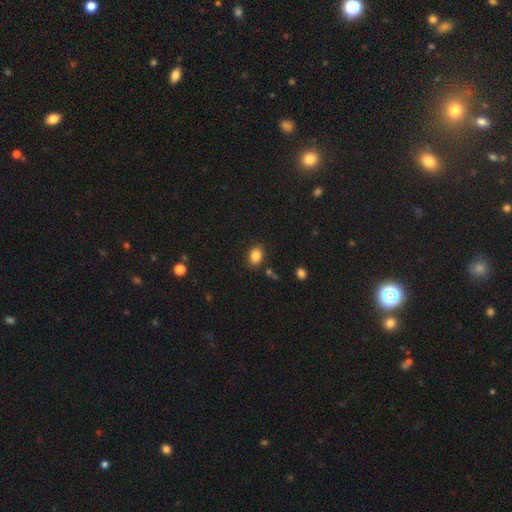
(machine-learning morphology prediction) This is clearly a smooth galaxy (85%). How rounded: likely in between (70%). Merging: clearly none (84%).